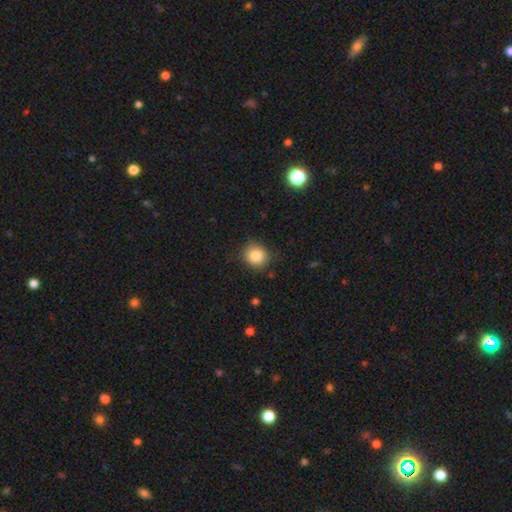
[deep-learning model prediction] Smooth or featured?
  - smooth: 84% *
  - star or artifact: 10%
  - featured or disk: 6%
How rounded?
  - round: 85% *
  - in between: 14%
  - cigar-shaped: 1%
Merging?
  - none: 84% *
  - minor disturbance: 12%
  - major disturbance: 3%
  - merger: 1%